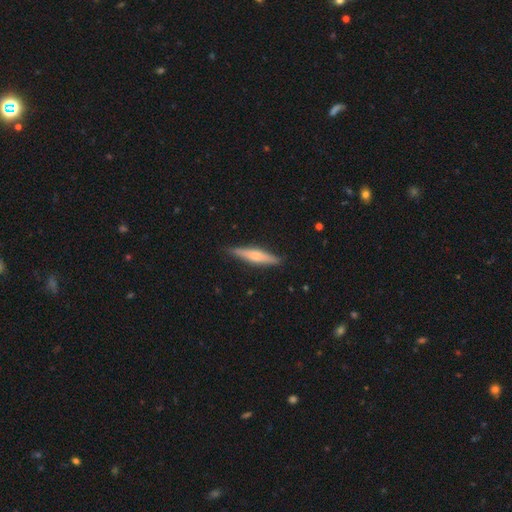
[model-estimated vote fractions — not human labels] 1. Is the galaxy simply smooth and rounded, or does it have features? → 51% smooth, 43% featured or disk, 6% star or artifact.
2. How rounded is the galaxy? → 86% cigar-shaped, 12% in between, 2% round.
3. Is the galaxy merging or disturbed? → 88% none, 9% minor disturbance, 2% major disturbance, 1% merger.